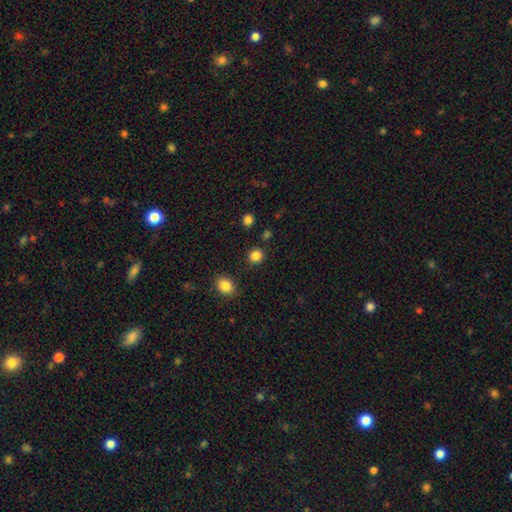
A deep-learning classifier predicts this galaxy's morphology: Smooth or featured: smooth — 85% (star or artifact — 12%)
How rounded: round — 85% (in between — 14%)
Merging: none — 86% (minor disturbance — 8%)